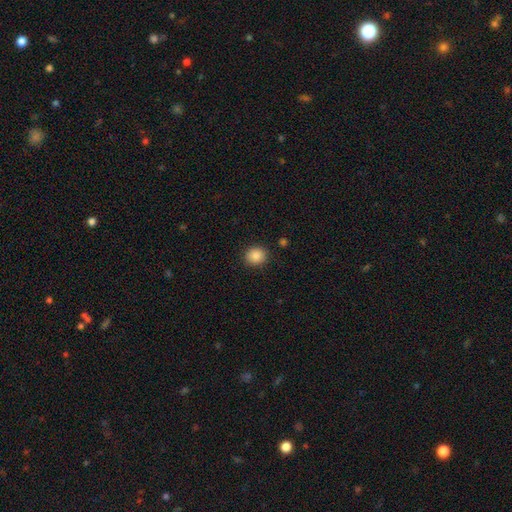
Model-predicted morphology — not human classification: A smooth galaxy with no disk features (87%) that is round (84%). Merging: none (90%).